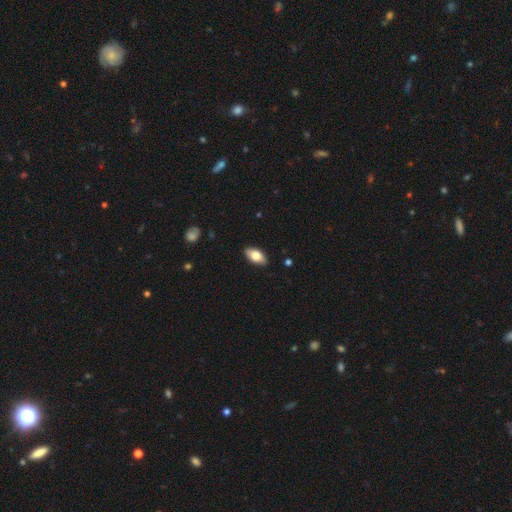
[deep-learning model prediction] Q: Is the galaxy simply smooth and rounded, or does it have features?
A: smooth — 77%.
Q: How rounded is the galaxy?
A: in between — 92%.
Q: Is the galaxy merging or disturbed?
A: none — 87%.